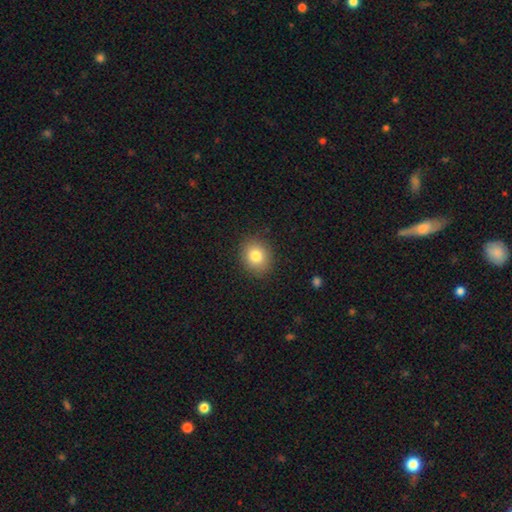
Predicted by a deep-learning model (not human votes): Smooth or featured?
  - smooth: 81% *
  - star or artifact: 10%
  - featured or disk: 8%
How rounded?
  - round: 68% *
  - in between: 31%
  - cigar-shaped: 1%
Merging?
  - none: 89% *
  - minor disturbance: 8%
  - major disturbance: 2%
  - merger: 1%